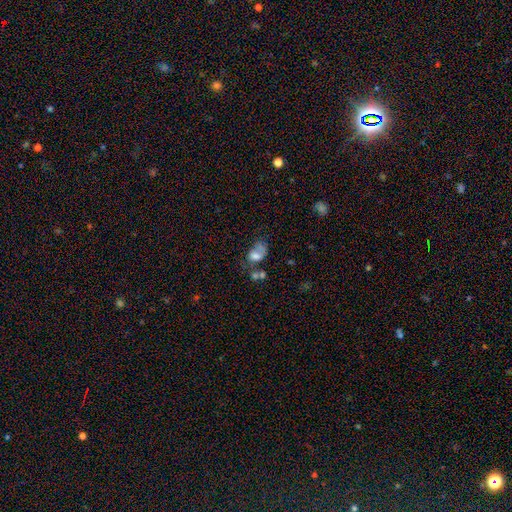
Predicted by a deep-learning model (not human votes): smooth-or-featured: smooth: 64% | featured or disk: 26% | star or artifact: 11%
  how-rounded: in between: 77% | round: 22% | cigar-shaped: 1%
  merging: major disturbance: 34% | merger: 23% | none: 22% | minor disturbance: 21%